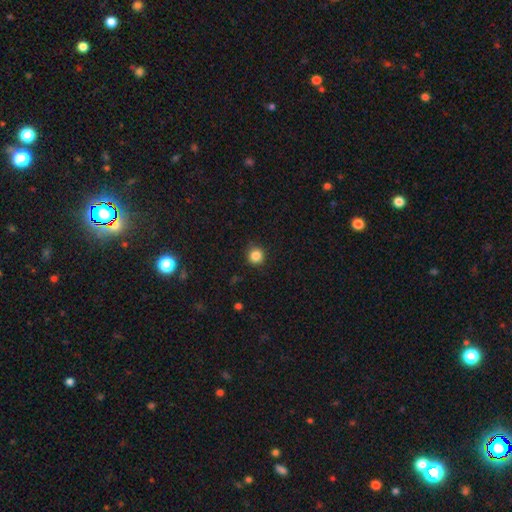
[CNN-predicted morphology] A smooth galaxy with no disk features (85%) that is round (94%).

Vote fractions:
- Smooth or featured? smooth: 85% / star or artifact: 11% / featured or disk: 4%
- How rounded? round: 94% / in between: 5% / cigar-shaped: 1%
- Merging? none: 89% / minor disturbance: 8% / major disturbance: 2% / merger: 1%